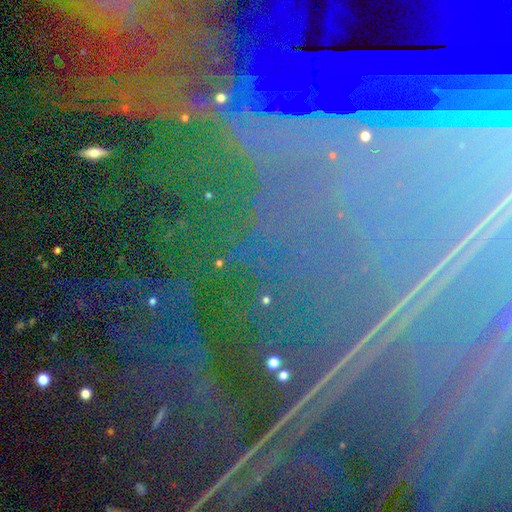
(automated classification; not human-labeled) Smooth or featured: star or artifact — 88% (featured or disk — 7%)